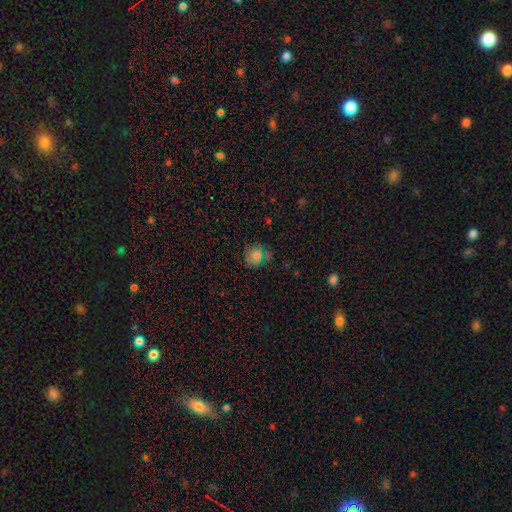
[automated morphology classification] Overall: smooth (69%). How rounded: round (75%). Merging: none (69%).